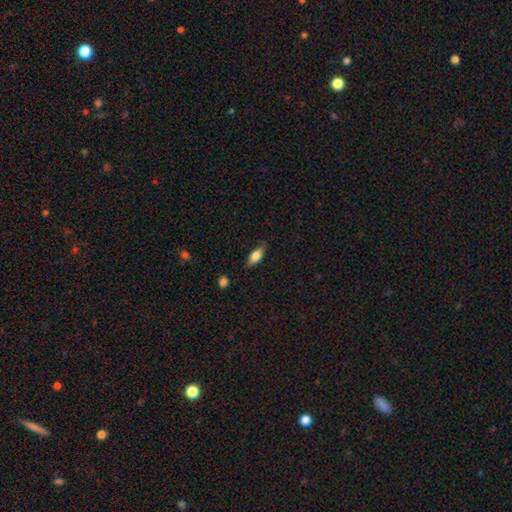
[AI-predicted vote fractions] Smooth or featured? Predicted: smooth (p=0.65). How rounded? Predicted: in between (p=0.72). Merging? Predicted: none (p=0.77).